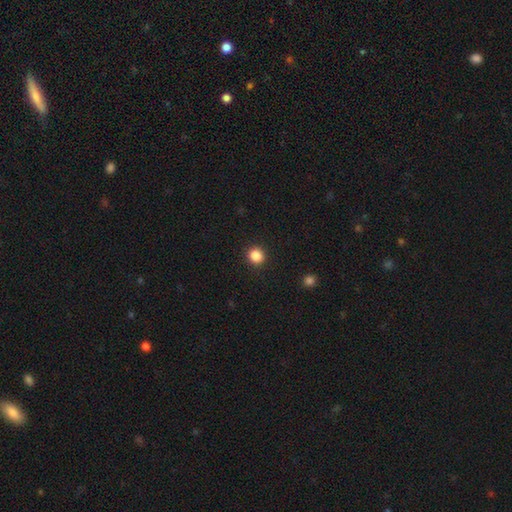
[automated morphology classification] The model was most divided on "smooth or featured": smooth: 86%, star or artifact: 11%, featured or disk: 3%. More confident: merging — none (92%); how rounded — round (90%).